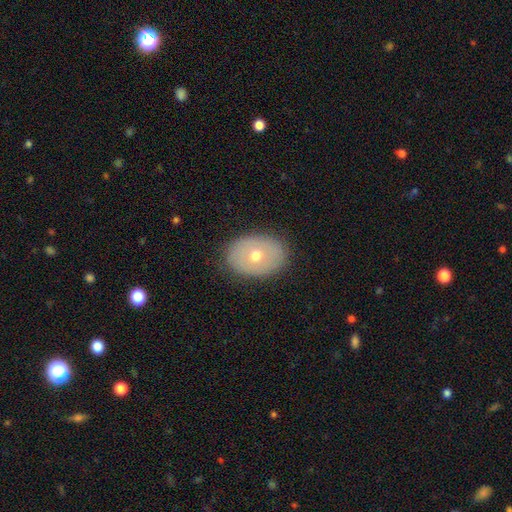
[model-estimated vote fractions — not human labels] Q: Smooth or featured?
A: smooth (56%); runner-up: featured or disk (36%)
Q: How rounded?
A: in between (74%); runner-up: round (24%)
Q: Merging?
A: none (85%); runner-up: minor disturbance (11%)